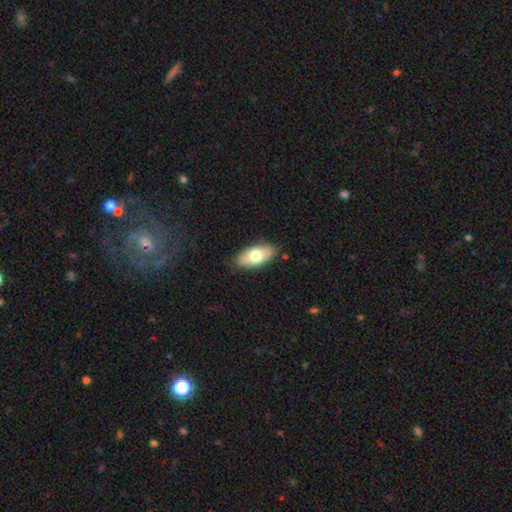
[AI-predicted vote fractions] A smooth galaxy with no disk features (72%) that is in between round and cigar-shaped (90%). Merging: none (85%).